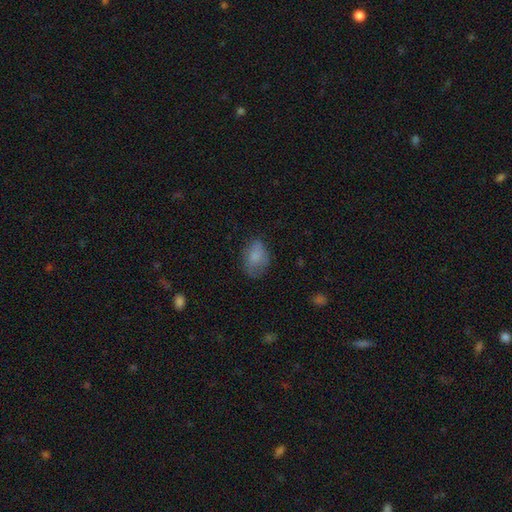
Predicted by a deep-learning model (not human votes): Overall: smooth (77%). How rounded: in between (77%). Merging: none (58%; minor disturbance 28%).